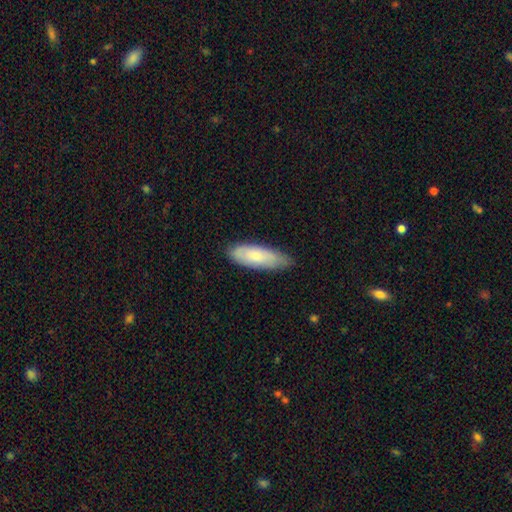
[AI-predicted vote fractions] Q: Smooth or featured?
A: smooth (68%); runner-up: featured or disk (27%)
Q: How rounded?
A: in between (61%); runner-up: cigar-shaped (37%)
Q: Merging?
A: none (74%); runner-up: minor disturbance (21%)